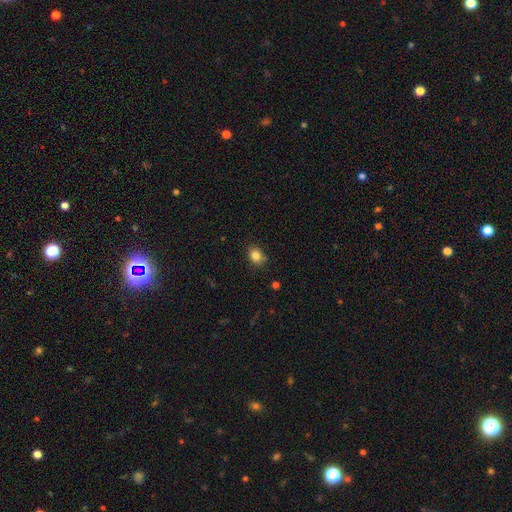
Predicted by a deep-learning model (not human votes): A smooth galaxy with no disk features (84%) that is round (52%).

Vote fractions:
- Smooth or featured? smooth: 84% / star or artifact: 11% / featured or disk: 5%
- How rounded? round: 52% / in between: 48% / cigar-shaped: 1%
- Merging? none: 83% / minor disturbance: 12% / major disturbance: 3% / merger: 2%